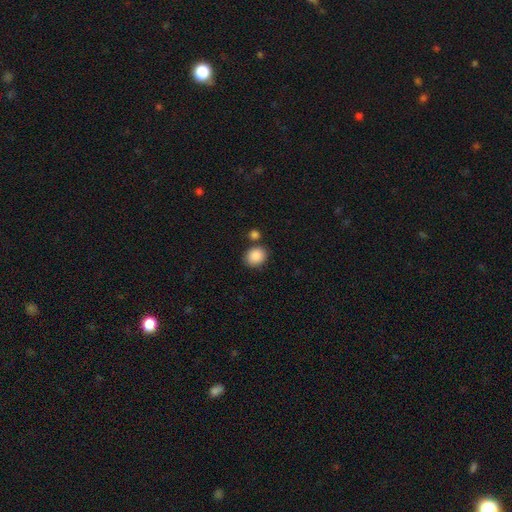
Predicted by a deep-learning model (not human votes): Overall: smooth (88%). How rounded: round (60%; in between 39%). Merging: none (75%).